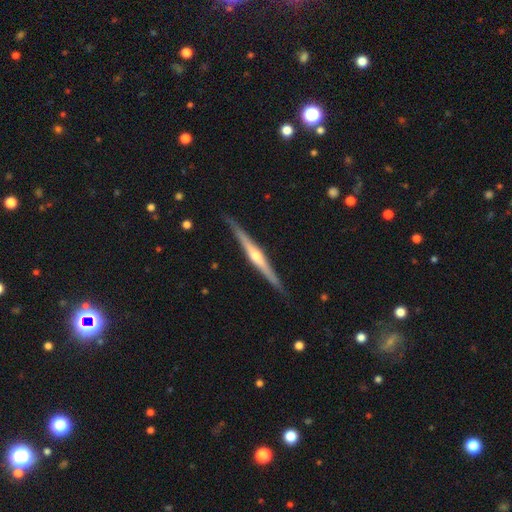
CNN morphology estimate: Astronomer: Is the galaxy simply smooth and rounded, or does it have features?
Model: featured or disk — 81%.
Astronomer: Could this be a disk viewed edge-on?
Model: yes — 98%.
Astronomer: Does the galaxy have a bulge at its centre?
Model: rounded — 88%.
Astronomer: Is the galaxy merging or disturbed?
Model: none — 89%.